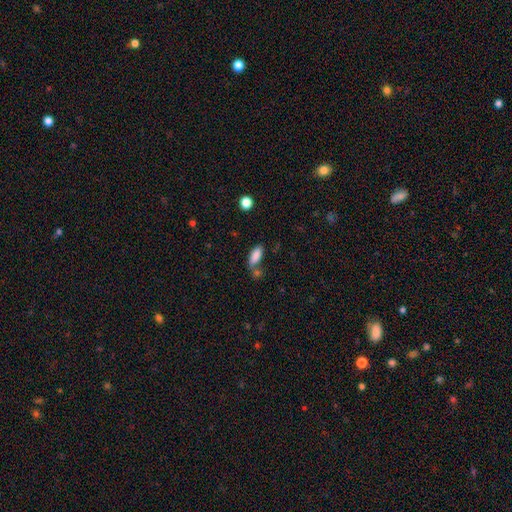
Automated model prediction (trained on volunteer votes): This is clearly a smooth galaxy (85%). How rounded: clearly in between (81%). Merging: possibly none (49%).